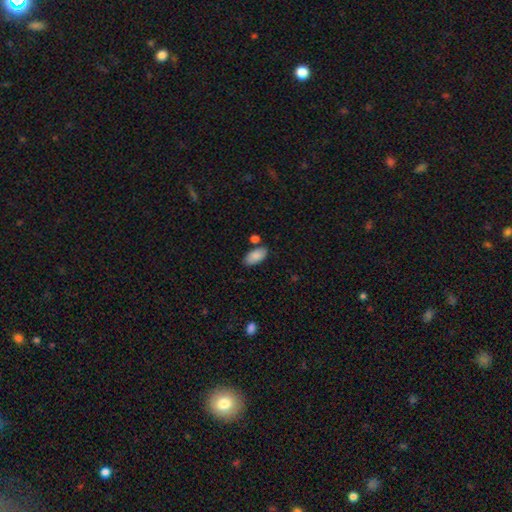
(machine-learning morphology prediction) Smooth or featured? smooth (88%)
How rounded? in between (93%)
Merging? none (76%)